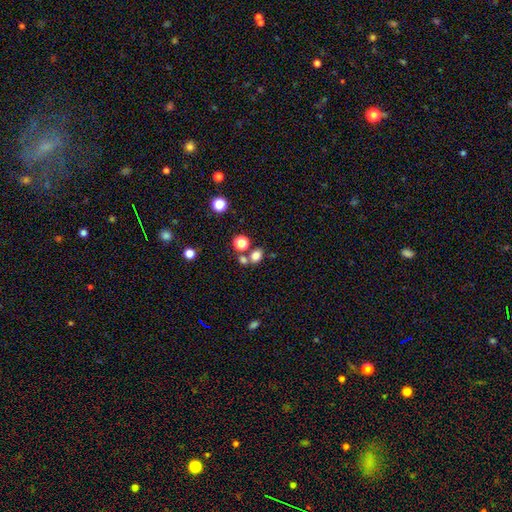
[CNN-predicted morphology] Q: Smooth or featured?
A: smooth (78%); runner-up: star or artifact (15%)
Q: How rounded?
A: in between (56%); runner-up: round (42%)
Q: Merging?
A: none (61%); runner-up: merger (25%)